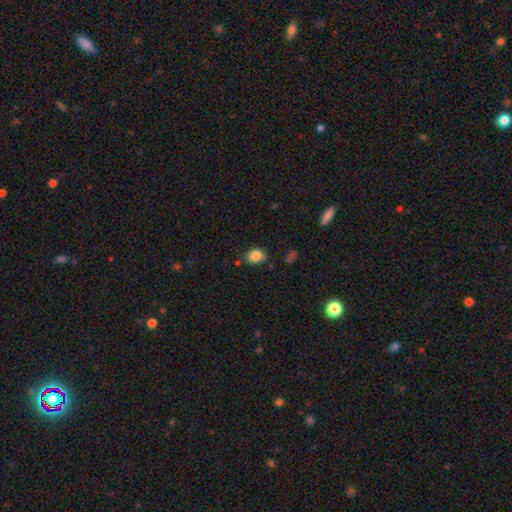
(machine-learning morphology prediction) smooth 84%, star or artifact 10%, featured or disk 6%. Down the decision tree: how rounded — round (55%); merging — none (75%).